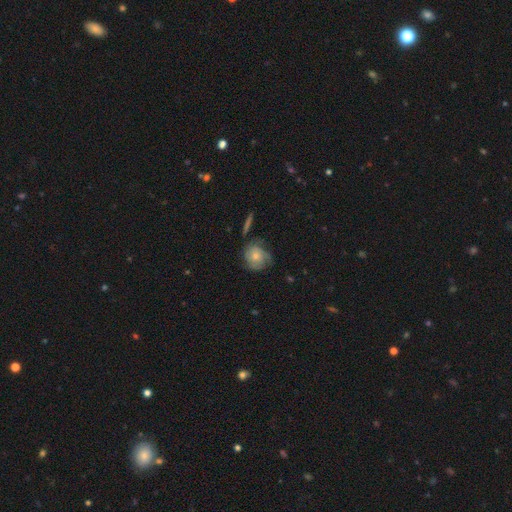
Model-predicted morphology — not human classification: This appears to be a featured or disk galaxy (51%). Merging: none (59%).